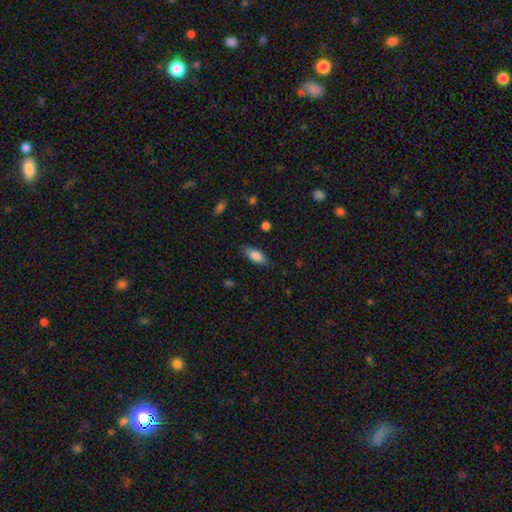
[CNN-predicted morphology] Overall: smooth (81%). How rounded: in between (80%). Merging: none (81%).